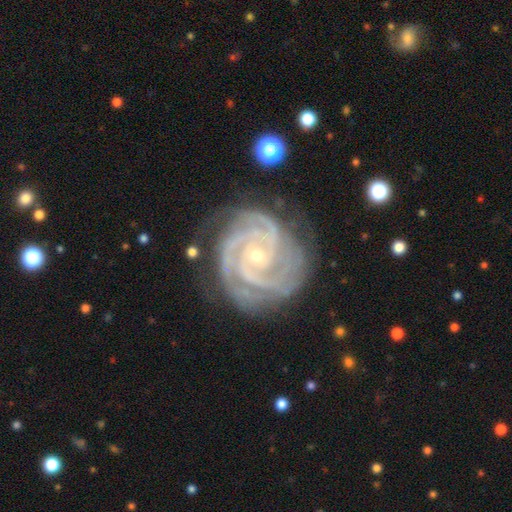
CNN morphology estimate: type=featured or disk (93%); edge-on=no (98%); bar=no (67%); spiral arms=yes (99%); winding=tight (81%); arm count=3 (40%); bulge=small (77%); merging=none (79%).